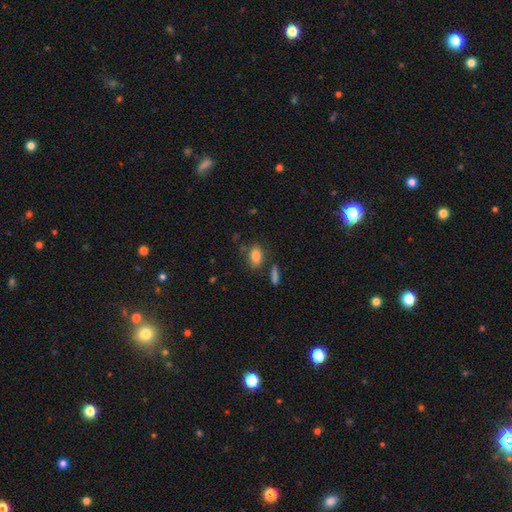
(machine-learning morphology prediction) smooth-or-featured: smooth: 82% | star or artifact: 9% | featured or disk: 9%
  how-rounded: in between: 83% | round: 13% | cigar-shaped: 4%
  merging: none: 66% | minor disturbance: 19% | merger: 9% | major disturbance: 7%